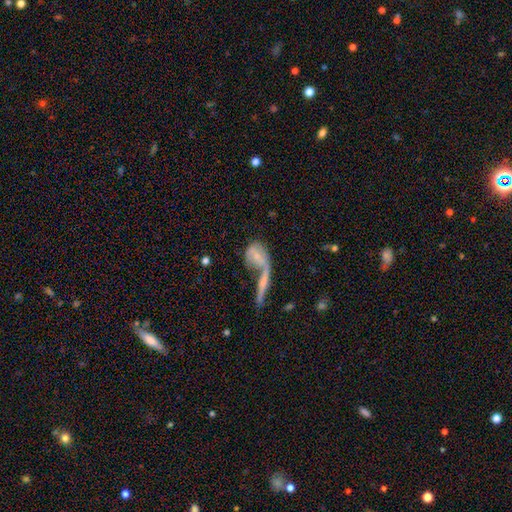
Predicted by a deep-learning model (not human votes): Smooth or featured: featured or disk — 46% (smooth — 45%)
Merging: merger — 57% (none — 19%)